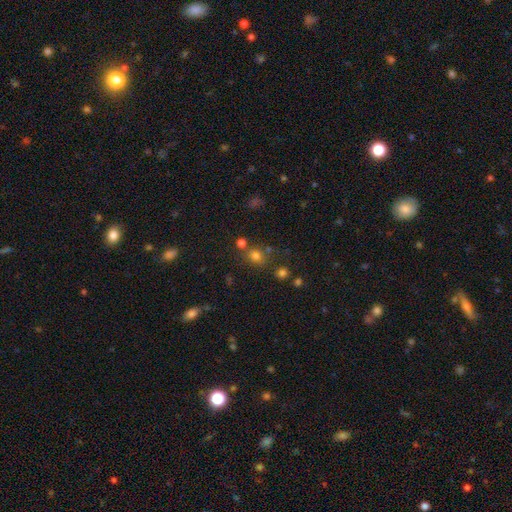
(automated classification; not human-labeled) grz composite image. It shows a smooth galaxy with no disk features (73%) that is round (74%). Merging: none (68%).